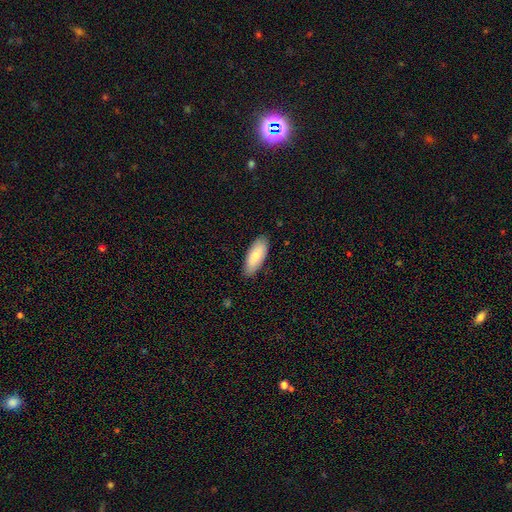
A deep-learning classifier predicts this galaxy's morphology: A smooth galaxy with no disk features (81%) that is in between round and cigar-shaped (79%). Merging: none (85%).